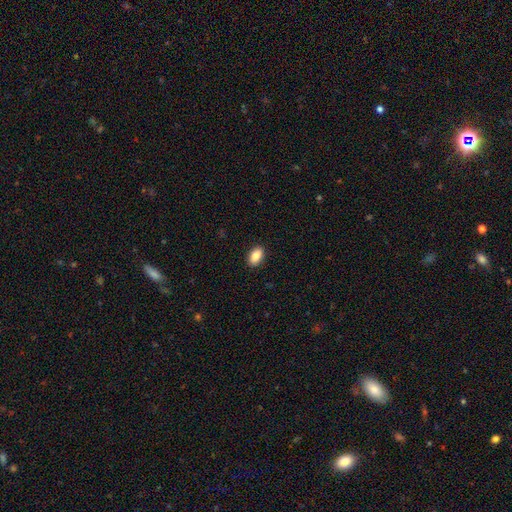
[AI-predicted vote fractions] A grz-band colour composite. It shows a smooth galaxy with no disk features (88%) that is in between round and cigar-shaped (91%). Merging: none (90%).